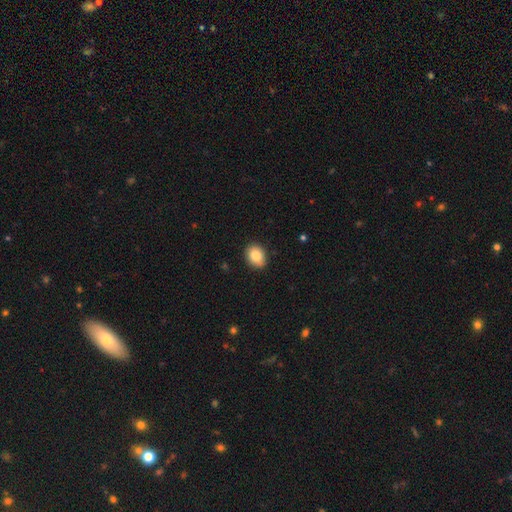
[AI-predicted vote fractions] Smooth or featured?
  - smooth: 84% *
  - star or artifact: 8%
  - featured or disk: 8%
How rounded?
  - in between: 55% *
  - round: 44%
  - cigar-shaped: 1%
Merging?
  - none: 87% *
  - minor disturbance: 10%
  - major disturbance: 2%
  - merger: 1%